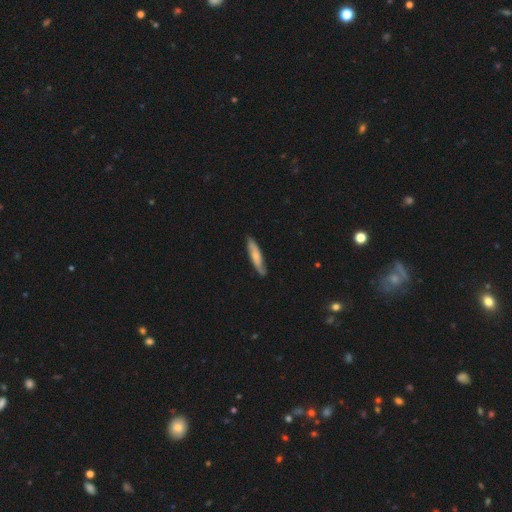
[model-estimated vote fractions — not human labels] smooth_or_featured: smooth (p=0.53) [alt: featured or disk p=0.42]
how_rounded: cigar-shaped (p=0.81) [alt: in between p=0.17]
merging: none (p=0.80) [alt: minor disturbance p=0.15]